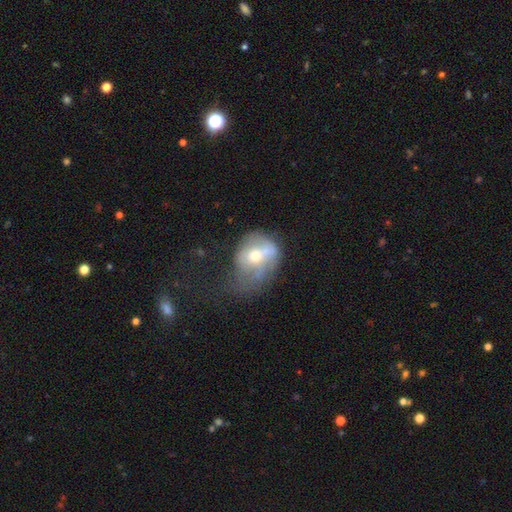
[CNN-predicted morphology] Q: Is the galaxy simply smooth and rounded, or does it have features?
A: smooth — 47%.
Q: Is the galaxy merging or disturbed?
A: major disturbance — 37%.